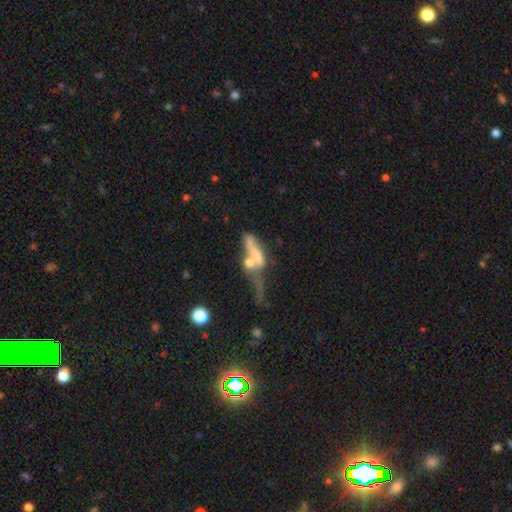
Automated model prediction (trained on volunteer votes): Smooth or featured? Predicted: smooth (p=0.51). How rounded? Predicted: in between (p=0.49). Merging? Predicted: merger (p=0.50).